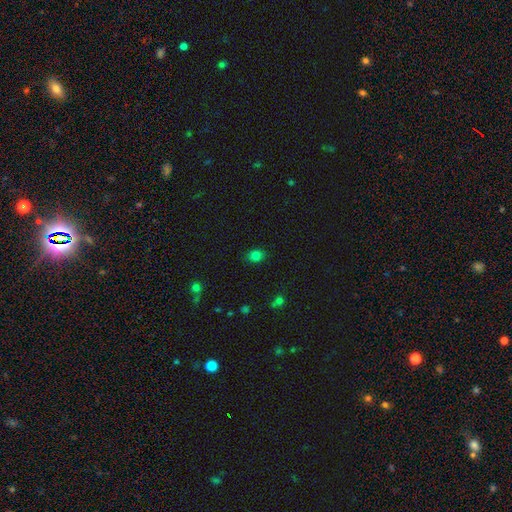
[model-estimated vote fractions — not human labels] Smooth or featured? smooth (79%)
How rounded? round (51%)
Merging? none (85%)